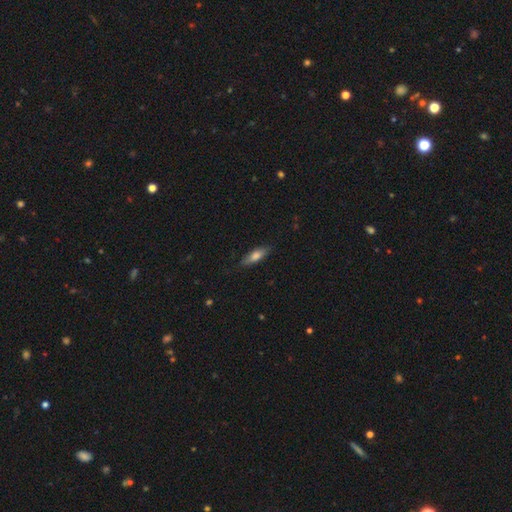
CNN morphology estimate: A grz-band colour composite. It shows a smooth galaxy with no disk features (71%) that is cigar-shaped (52%). Merging: none (83%).